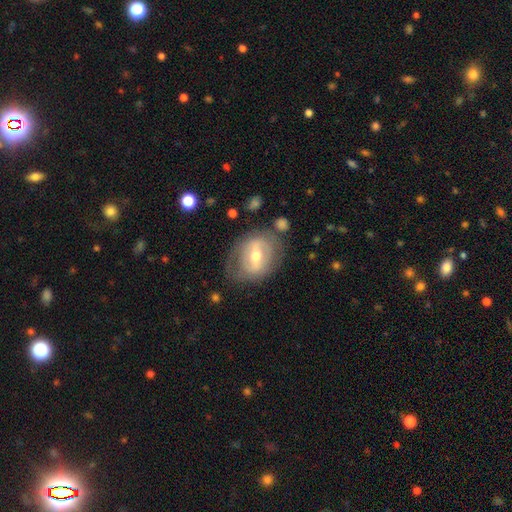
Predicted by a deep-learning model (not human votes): Q: Smooth or featured?
A: featured or disk (68%); runner-up: smooth (25%)
Q: Edge-on disk?
A: no (91%); runner-up: yes (9%)
Q: Bar?
A: strong (56%); runner-up: weak (31%)
Q: Spiral arms?
A: no (59%); runner-up: yes (41%)
Q: Bulge size?
A: moderate (67%); runner-up: small (26%)
Q: Merging?
A: none (68%); runner-up: minor disturbance (19%)